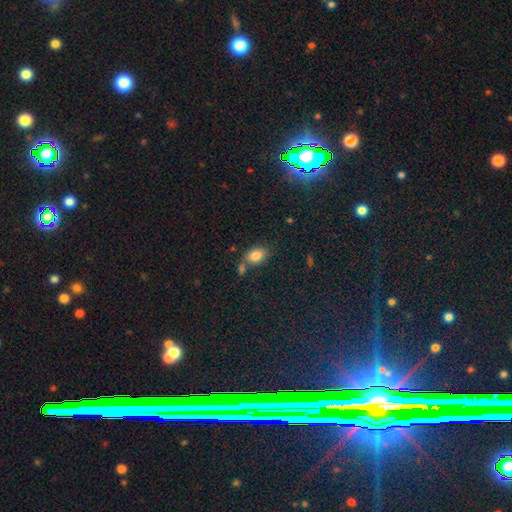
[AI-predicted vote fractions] Q: Smooth or featured?
A: smooth (82%); runner-up: star or artifact (10%)
Q: How rounded?
A: in between (81%); runner-up: round (17%)
Q: Merging?
A: none (60%); runner-up: merger (21%)